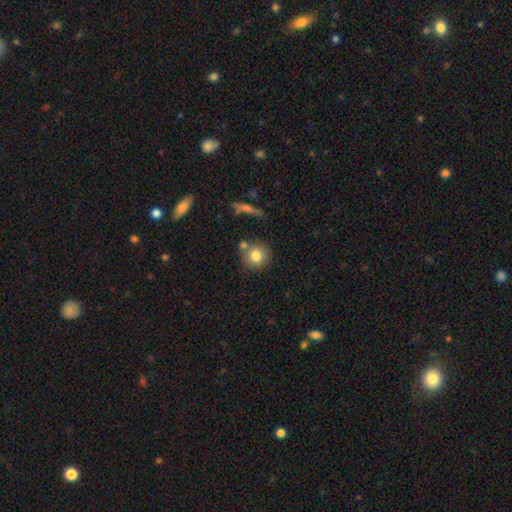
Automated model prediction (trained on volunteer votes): The model was most divided on "merging": none: 73%, merger: 14%, minor disturbance: 10%, major disturbance: 3%. More confident: how rounded — round (91%); smooth or featured — smooth (78%).